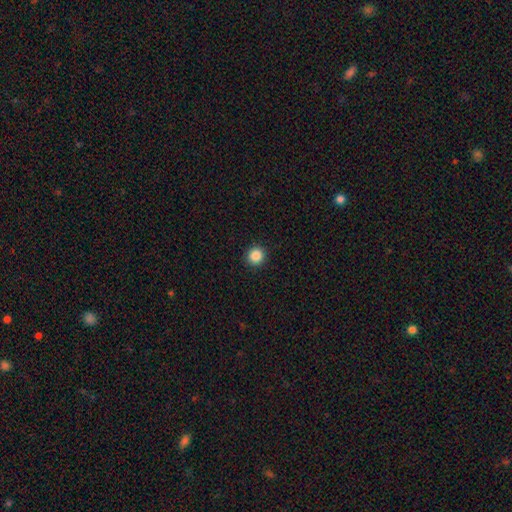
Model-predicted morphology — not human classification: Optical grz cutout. It shows a smooth galaxy with no disk features (87%) that is round (92%). Merging: none (93%).